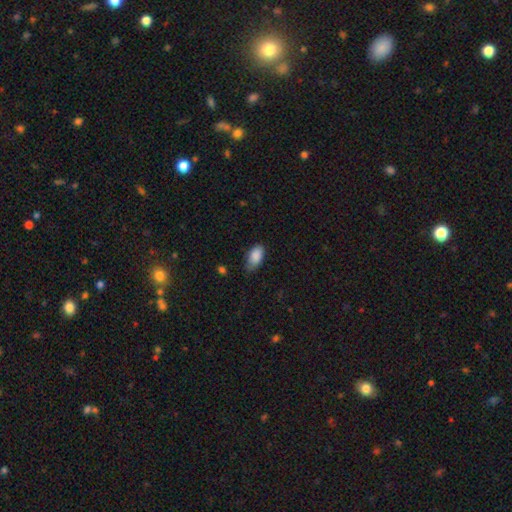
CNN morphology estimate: Q: Smooth or featured?
A: smooth (88%); runner-up: star or artifact (7%)
Q: How rounded?
A: in between (94%); runner-up: round (3%)
Q: Merging?
A: none (64%); runner-up: minor disturbance (30%)